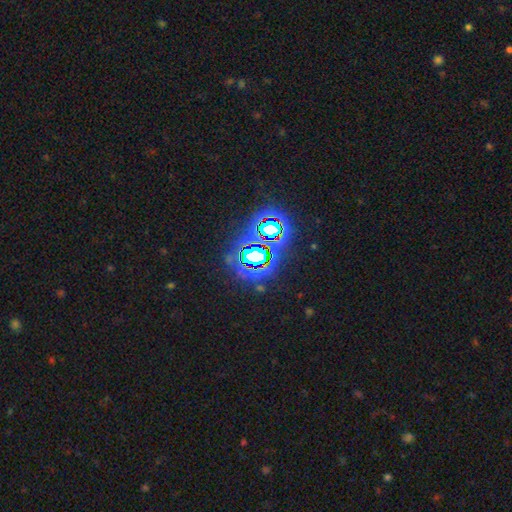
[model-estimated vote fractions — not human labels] Morphology: type=star or artifact (74%).